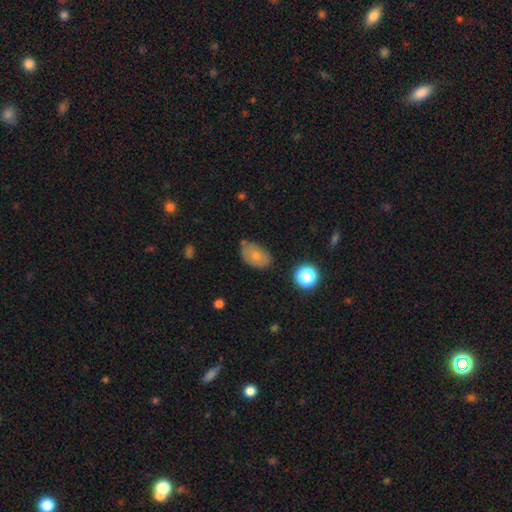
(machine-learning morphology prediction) Smooth or featured: smooth — 70% (featured or disk — 20%)
How rounded: in between — 85% (round — 14%)
Merging: none — 69% (minor disturbance — 21%)